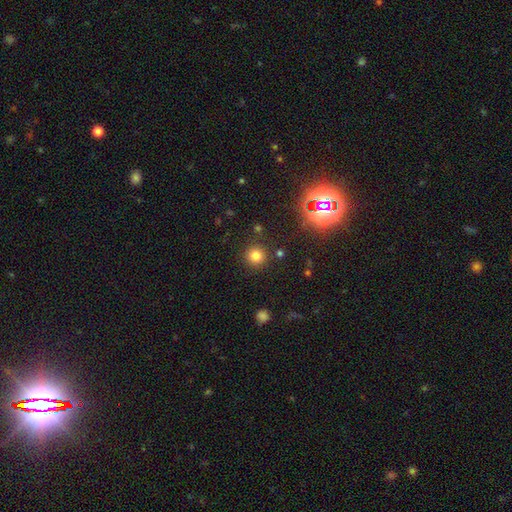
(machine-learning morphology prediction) Overall: smooth (77%). How rounded: round (94%). Merging: none (89%).